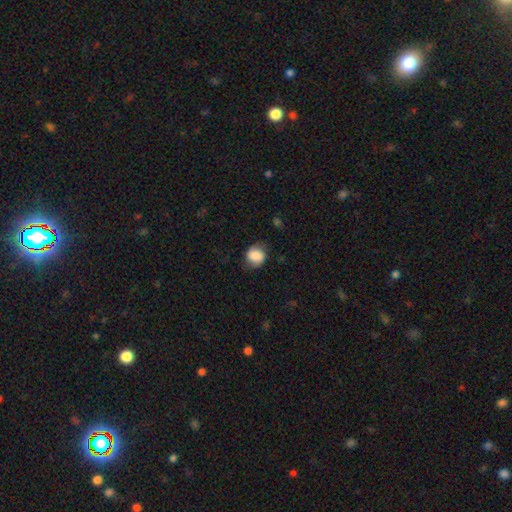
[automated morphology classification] Q: Smooth or featured?
A: smooth (75%); runner-up: featured or disk (16%)
Q: How rounded?
A: round (65%); runner-up: in between (34%)
Q: Merging?
A: none (69%); runner-up: minor disturbance (22%)